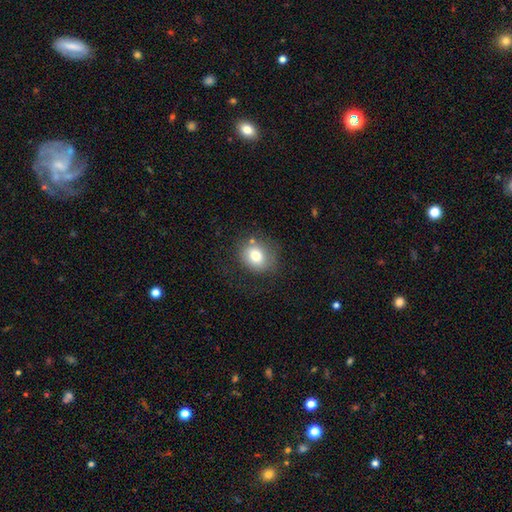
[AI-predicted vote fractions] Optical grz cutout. It shows a smooth galaxy with no disk features (77%) that is round (69%). Merging: none (70%).